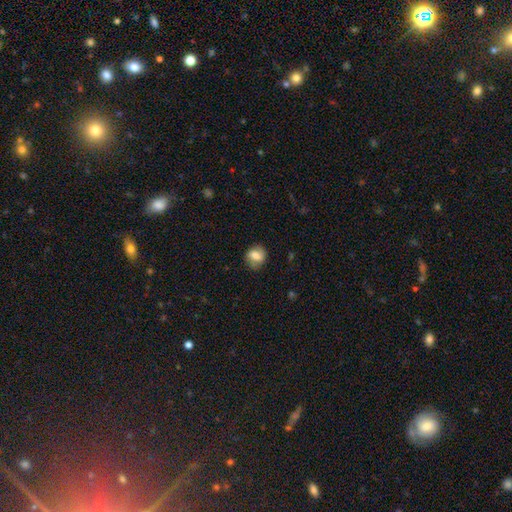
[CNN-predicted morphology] smooth 72%, featured or disk 19%, star or artifact 9%. Down the decision tree: how rounded — round (62%); merging — none (77%).